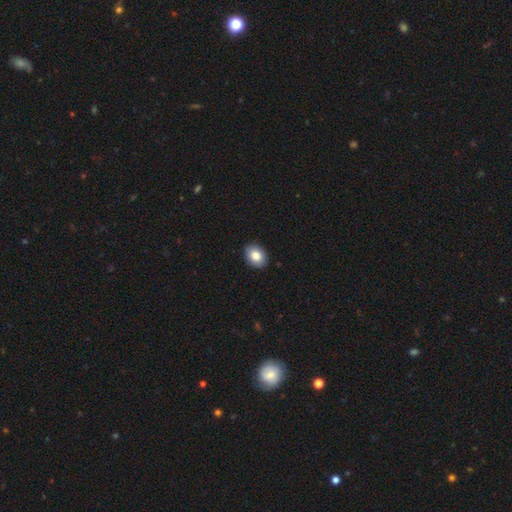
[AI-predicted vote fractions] Smooth or featured?
  - smooth: 84% *
  - featured or disk: 8%
  - star or artifact: 8%
How rounded?
  - in between: 68% *
  - round: 31%
  - cigar-shaped: 1%
Merging?
  - none: 90% *
  - minor disturbance: 7%
  - major disturbance: 2%
  - merger: 1%